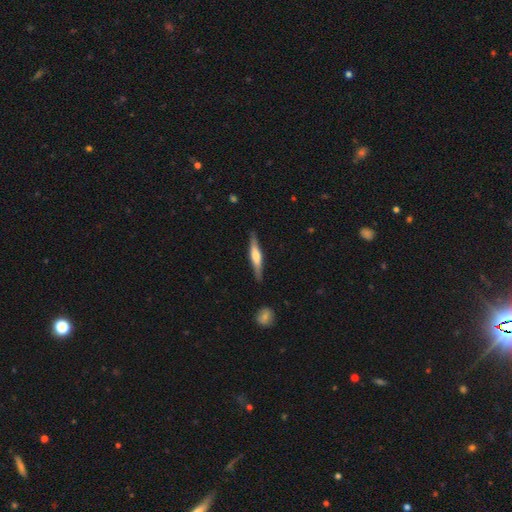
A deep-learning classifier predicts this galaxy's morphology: Smooth or featured?
  - featured or disk: 61% *
  - smooth: 34%
  - star or artifact: 5%
Edge-on disk?
  - yes: 96% *
  - no: 4%
Edge-on bulge?
  - rounded: 66% *
  - boxy: 25%
  - none: 8%
Merging?
  - none: 87% *
  - minor disturbance: 10%
  - major disturbance: 2%
  - merger: 1%